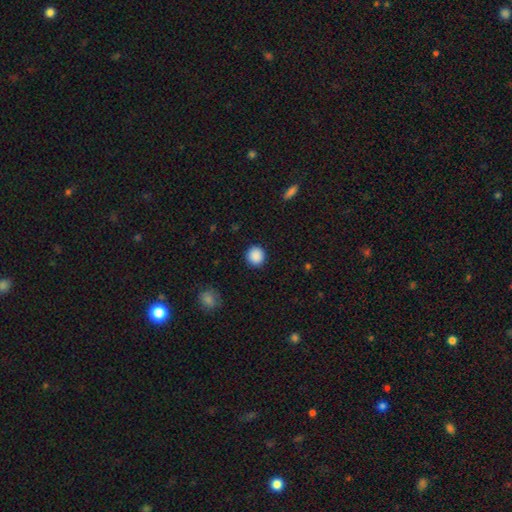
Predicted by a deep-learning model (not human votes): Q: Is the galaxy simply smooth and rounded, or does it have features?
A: smooth — 89%.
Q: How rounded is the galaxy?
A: round — 89%.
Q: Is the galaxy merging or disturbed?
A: none — 91%.